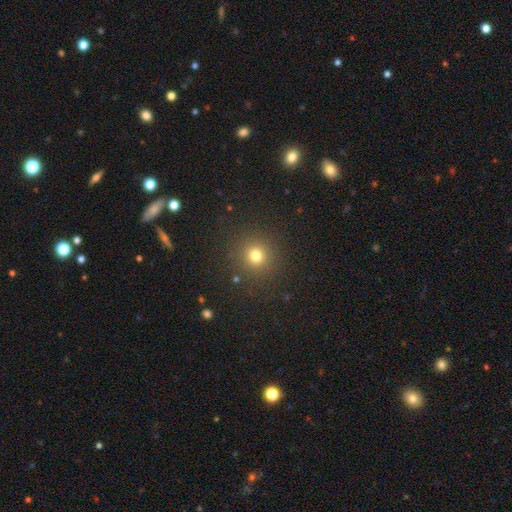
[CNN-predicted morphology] type=smooth (75%); roundness=round (93%); merging=none (89%).